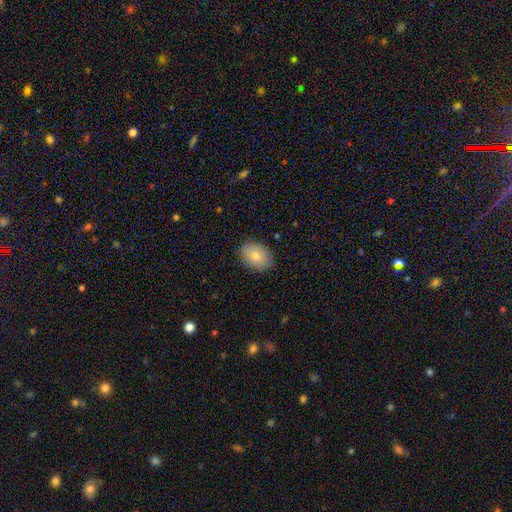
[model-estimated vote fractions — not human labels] smooth_or_featured: smooth (p=0.81) [alt: featured or disk p=0.12]
how_rounded: in between (p=0.76) [alt: round p=0.23]
merging: none (p=0.86) [alt: minor disturbance p=0.11]